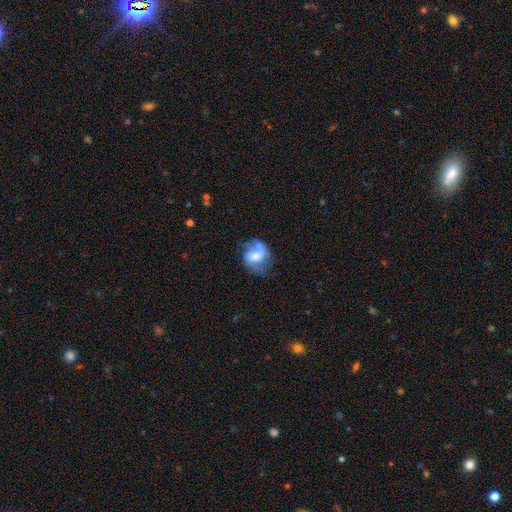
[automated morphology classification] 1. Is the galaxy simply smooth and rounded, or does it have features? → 53% featured or disk, 39% smooth, 8% star or artifact.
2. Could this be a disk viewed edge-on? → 97% no, 3% yes.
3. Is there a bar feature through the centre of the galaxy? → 50% no, 38% weak, 12% strong.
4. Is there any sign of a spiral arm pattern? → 69% yes, 31% no.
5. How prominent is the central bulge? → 51% moderate, 23% small, 16% large, 7% none, 2% dominant.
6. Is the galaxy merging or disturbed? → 43% none, 27% minor disturbance, 20% major disturbance, 10% merger.